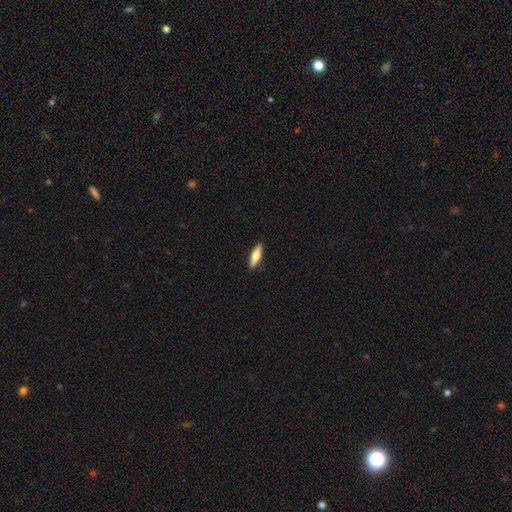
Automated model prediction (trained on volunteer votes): Smooth or featured: smooth — 67% (featured or disk — 27%)
How rounded: cigar-shaped — 61% (in between — 37%)
Merging: none — 89% (minor disturbance — 8%)